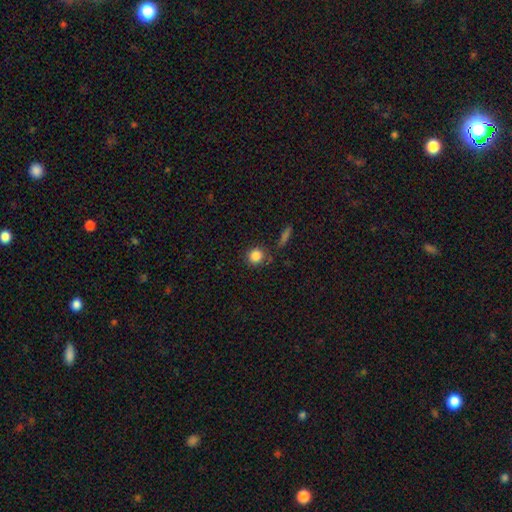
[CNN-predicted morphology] smooth_or_featured: smooth (p=0.85) [alt: star or artifact p=0.10]
how_rounded: round (p=0.91) [alt: in between p=0.08]
merging: none (p=0.81) [alt: minor disturbance p=0.11]